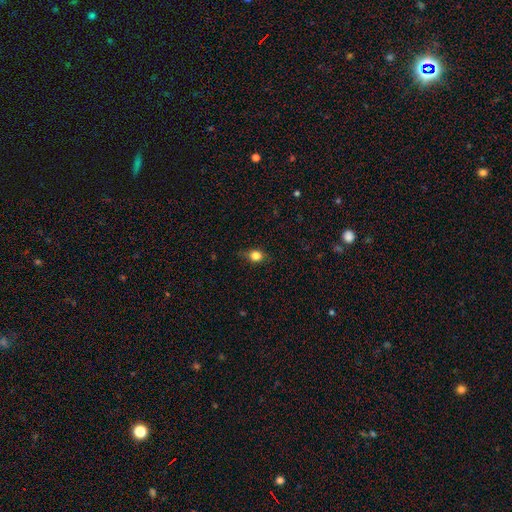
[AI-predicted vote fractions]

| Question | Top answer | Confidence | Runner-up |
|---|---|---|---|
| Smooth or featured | smooth | 81% | star or artifact (11%) |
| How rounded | round | 63% | in between (35%) |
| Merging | none | 76% | minor disturbance (19%) |